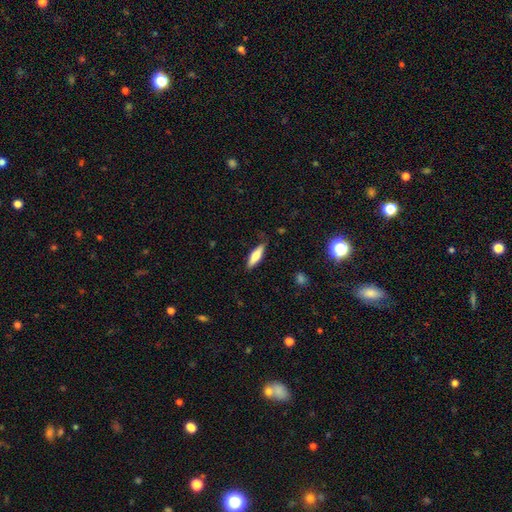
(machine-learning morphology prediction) Q: Smooth or featured?
A: smooth (61%); runner-up: featured or disk (33%)
Q: How rounded?
A: cigar-shaped (62%); runner-up: in between (36%)
Q: Merging?
A: none (84%); runner-up: minor disturbance (12%)